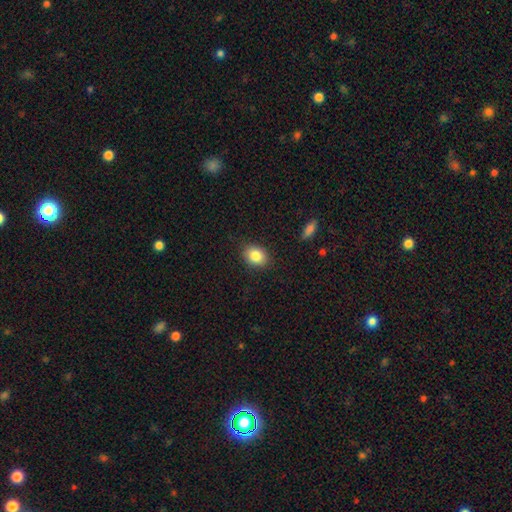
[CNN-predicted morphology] Smooth or featured? smooth (85%)
How rounded? in between (60%)
Merging? none (86%)